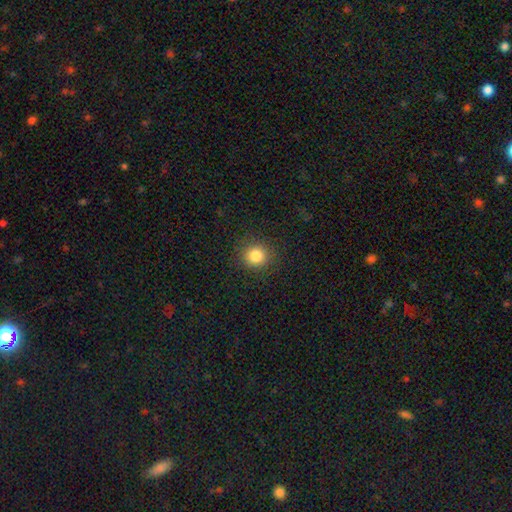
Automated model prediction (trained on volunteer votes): Smooth or featured?
  - smooth: 83% *
  - star or artifact: 12%
  - featured or disk: 5%
How rounded?
  - round: 91% *
  - in between: 8%
  - cigar-shaped: 1%
Merging?
  - none: 90% *
  - minor disturbance: 7%
  - major disturbance: 3%
  - merger: 1%